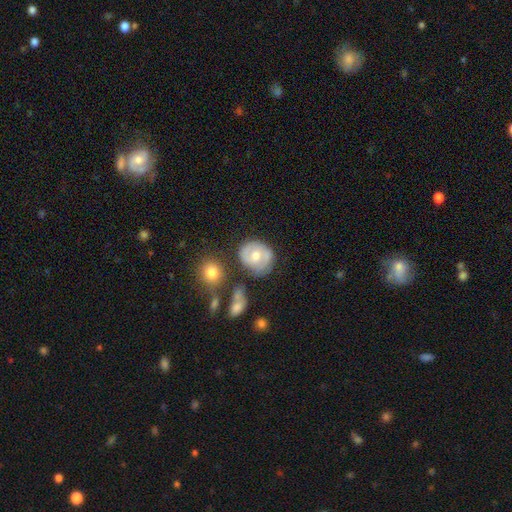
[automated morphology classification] This is possibly a featured or disk galaxy (49%). Merging: likely none (62%).